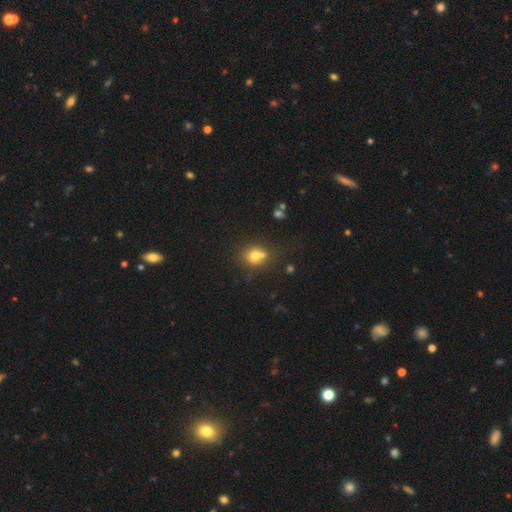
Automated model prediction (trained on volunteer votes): Morphology: type=smooth (70%); roundness=round (69%); merging=none (49%).